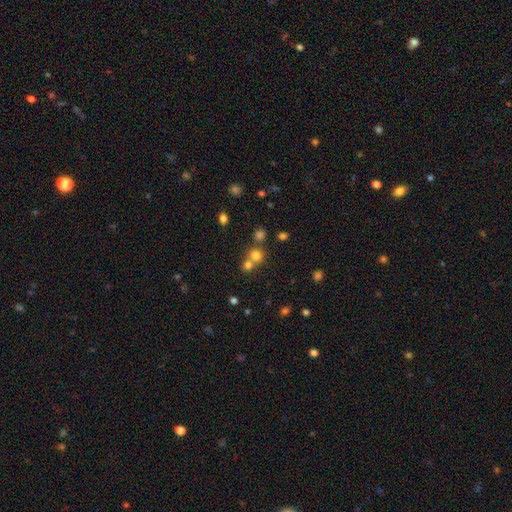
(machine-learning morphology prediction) smooth_or_featured: smooth (p=0.71) [alt: star or artifact p=0.19]
how_rounded: round (p=0.87) [alt: in between p=0.12]
merging: none (p=0.50) [alt: merger p=0.41]